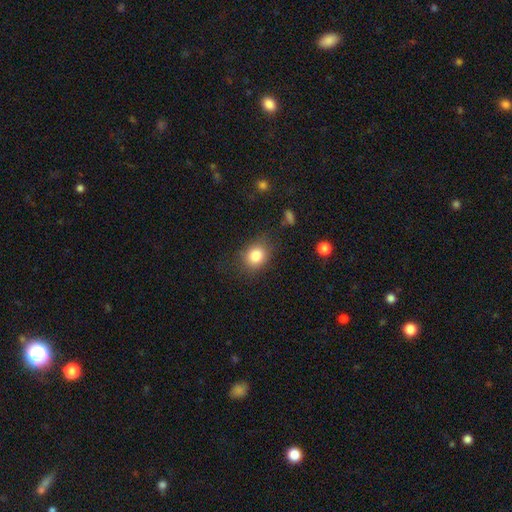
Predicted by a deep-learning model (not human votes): smooth_or_featured: smooth (p=0.83) [alt: star or artifact p=0.10]
how_rounded: round (p=0.56) [alt: in between p=0.43]
merging: none (p=0.77) [alt: minor disturbance p=0.15]